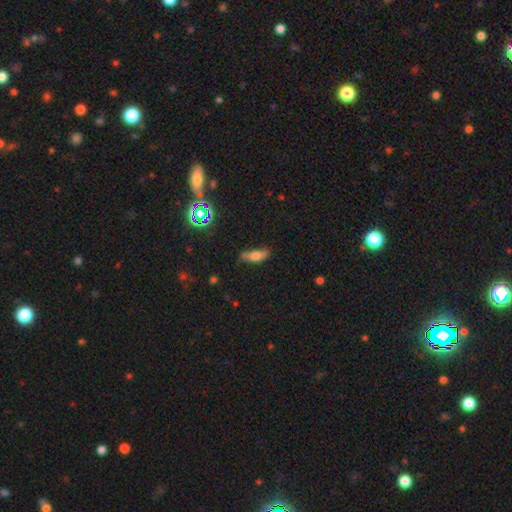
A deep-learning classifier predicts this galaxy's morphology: This is likely a smooth galaxy (65%). How rounded: possibly in between (60%). Merging: likely none (63%).